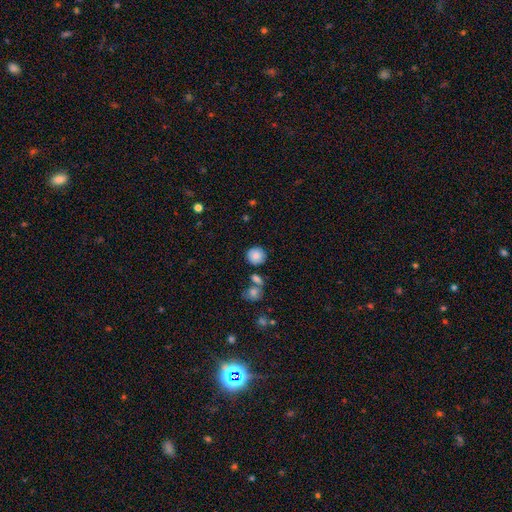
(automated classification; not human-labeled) This appears to be a smooth galaxy with no disk features (84%) that is round (92%). Merging: none (78%).